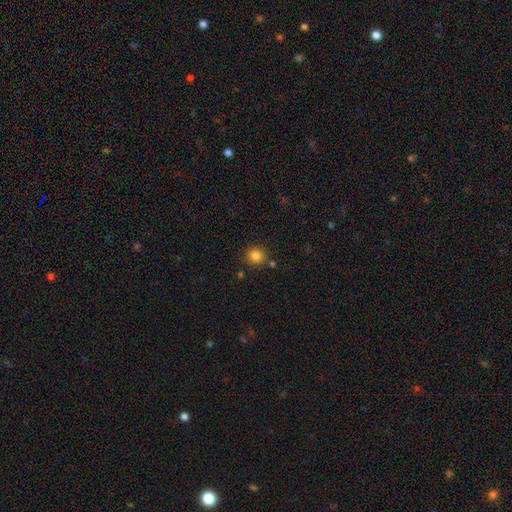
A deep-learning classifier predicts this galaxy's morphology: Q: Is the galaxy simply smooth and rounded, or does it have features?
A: smooth — 84%.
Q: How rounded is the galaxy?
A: round — 91%.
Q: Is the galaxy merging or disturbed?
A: none — 84%.